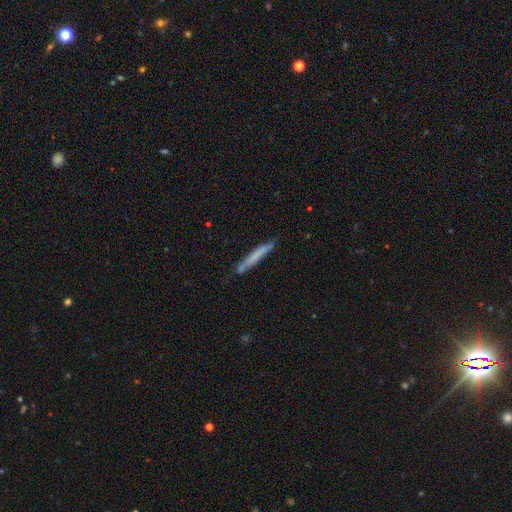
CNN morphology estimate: smooth-or-featured: smooth: 63% | featured or disk: 31% | star or artifact: 7%
  how-rounded: cigar-shaped: 96% | in between: 3% | round: 1%
  merging: none: 78% | minor disturbance: 15% | merger: 4% | major disturbance: 3%